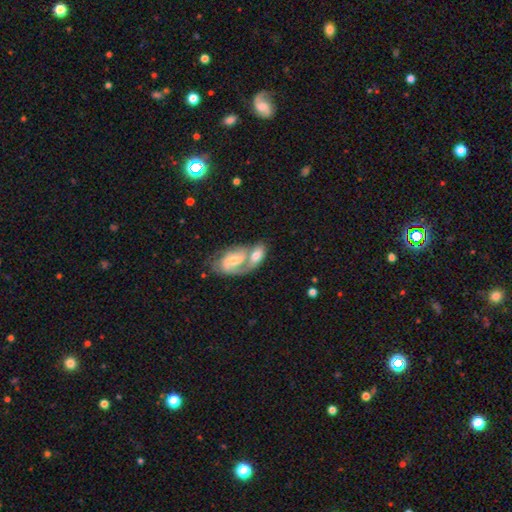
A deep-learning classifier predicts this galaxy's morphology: This is possibly a featured or disk galaxy (53%). It is clearly not viewed edge-on (94%). Bar: possibly no (52%). Spiral arm pattern: likely yes (78%). Central bulge: marginally small (44%). Merging: likely merger (70%).